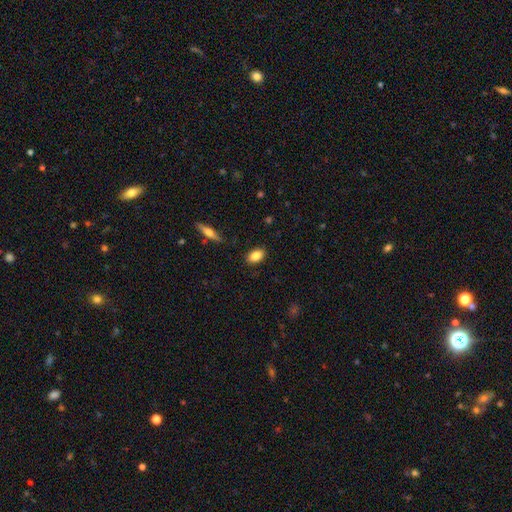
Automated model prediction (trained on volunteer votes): A smooth galaxy with no disk features (85%) that is in between round and cigar-shaped (89%). Merging: none (87%).